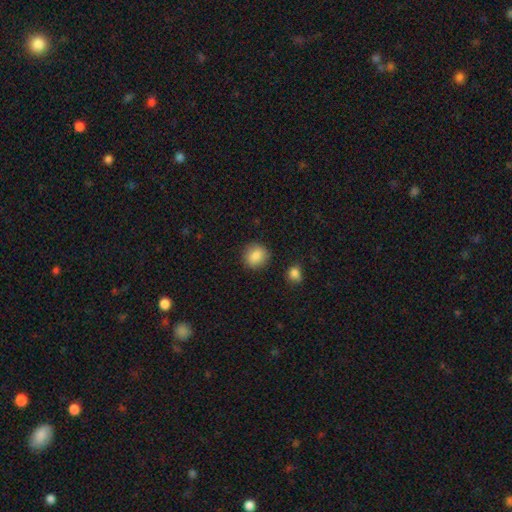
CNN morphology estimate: A smooth galaxy with no disk features (87%) that is round (85%). Merging: none (88%).